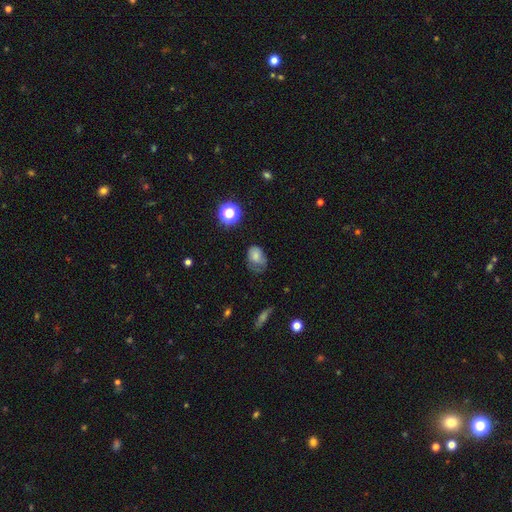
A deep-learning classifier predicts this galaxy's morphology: Smooth or featured? Predicted: smooth (p=0.69). How rounded? Predicted: in between (p=0.69). Merging? Predicted: none (p=0.39).